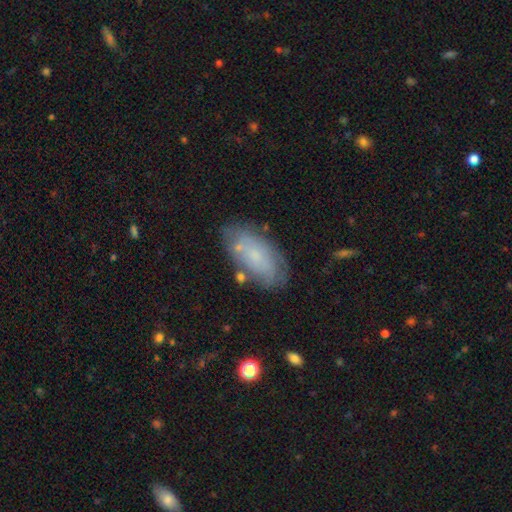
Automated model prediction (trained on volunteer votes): smooth 51%, featured or disk 41%, star or artifact 8%. Down the decision tree: how rounded — in between (91%); merging — none (69%).